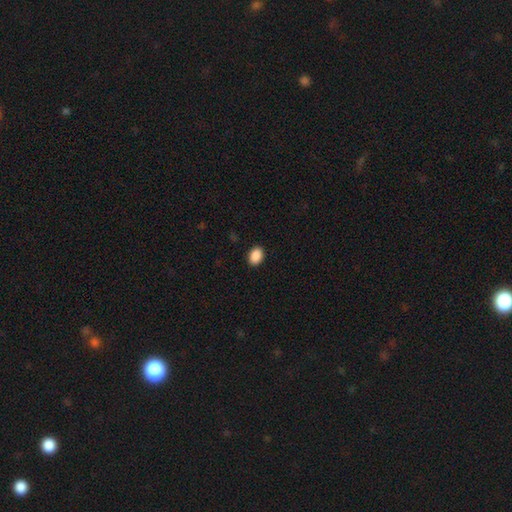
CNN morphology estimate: This appears to be a smooth galaxy with no disk features (90%) that is in between round and cigar-shaped (76%). Merging: none (91%).